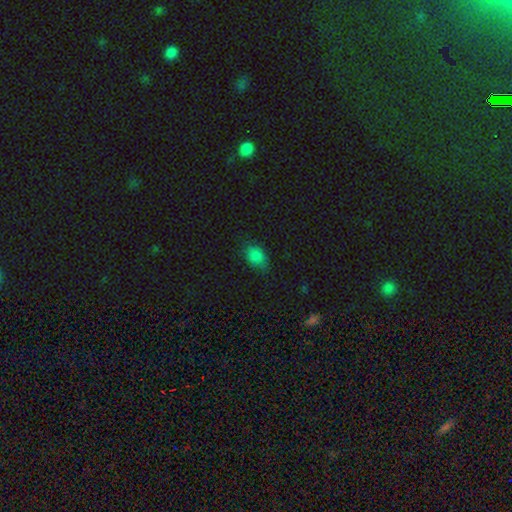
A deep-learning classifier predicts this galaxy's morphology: Overall: smooth (81%). How rounded: in between (71%). Merging: none (63%; minor disturbance 28%).